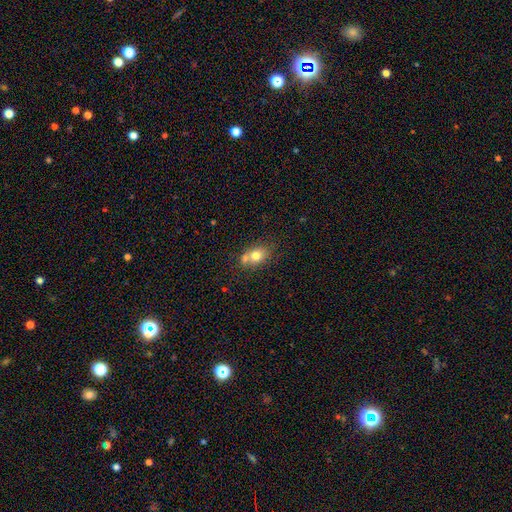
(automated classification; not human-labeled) Q: Smooth or featured?
A: smooth (73%); runner-up: featured or disk (17%)
Q: How rounded?
A: in between (66%); runner-up: round (32%)
Q: Merging?
A: none (46%); runner-up: merger (35%)